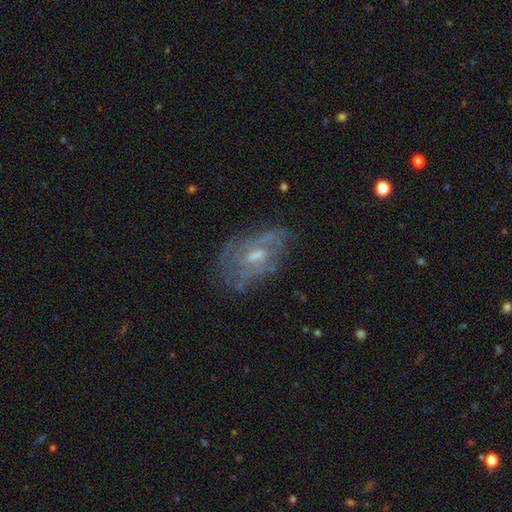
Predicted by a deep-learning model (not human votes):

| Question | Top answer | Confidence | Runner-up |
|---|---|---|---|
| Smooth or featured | featured or disk | 72% | smooth (19%) |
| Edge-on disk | no | 94% | yes (6%) |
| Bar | weak | 49% | no (41%) |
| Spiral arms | yes | 70% | no (30%) |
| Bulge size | moderate | 49% | small (39%) |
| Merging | none | 60% | minor disturbance (24%) |